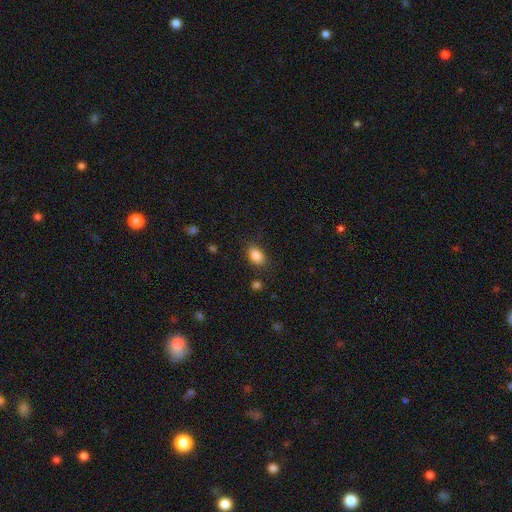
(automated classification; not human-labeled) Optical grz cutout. It shows a smooth galaxy with no disk features (86%) that is in between round and cigar-shaped (85%). Merging: none (82%).